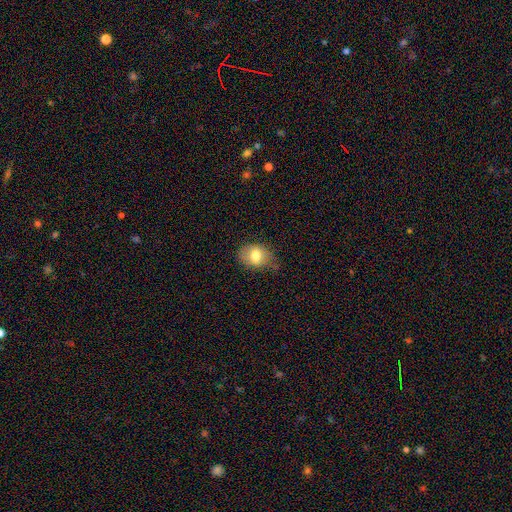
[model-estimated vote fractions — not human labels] Smooth or featured?
  - smooth: 75% *
  - featured or disk: 16%
  - star or artifact: 8%
How rounded?
  - in between: 66% *
  - round: 33%
  - cigar-shaped: 1%
Merging?
  - none: 67% *
  - minor disturbance: 25%
  - major disturbance: 6%
  - merger: 2%